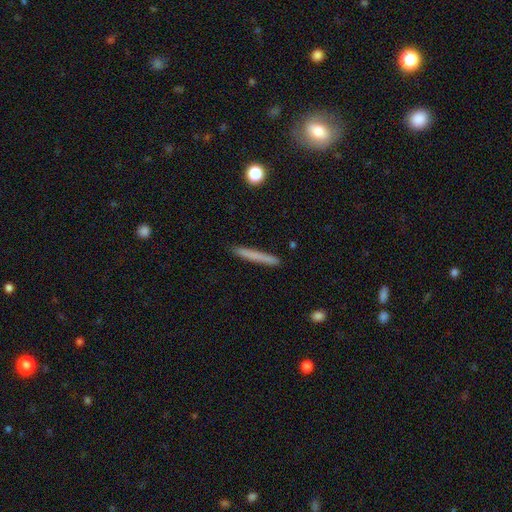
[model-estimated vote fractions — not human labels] Smooth or featured? Predicted: smooth (p=0.72). How rounded? Predicted: cigar-shaped (p=0.97). Merging? Predicted: none (p=0.91).